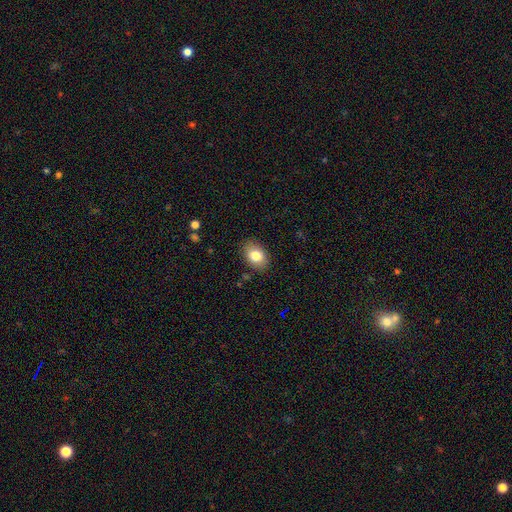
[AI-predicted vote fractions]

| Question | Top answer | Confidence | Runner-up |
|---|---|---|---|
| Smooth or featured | smooth | 82% | featured or disk (10%) |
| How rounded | in between | 77% | round (22%) |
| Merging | none | 86% | minor disturbance (10%) |